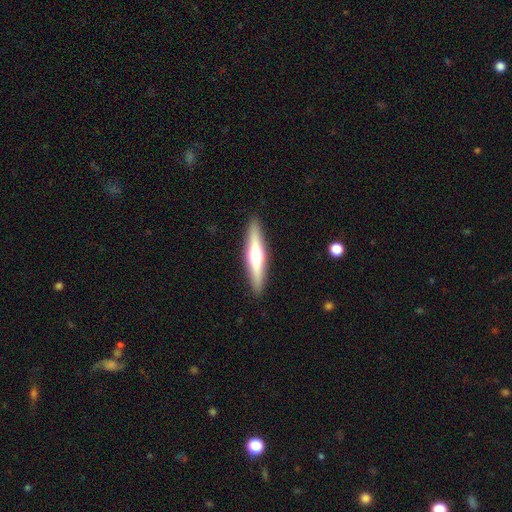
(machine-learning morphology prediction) A featured or disk galaxy (52%) viewed edge-on (94%).

Vote fractions:
- Smooth or featured? featured or disk: 52% / smooth: 43% / star or artifact: 6%
- Edge-on disk? yes: 94% / no: 6%
- Merging? none: 91% / minor disturbance: 7% / major disturbance: 2% / merger: 1%